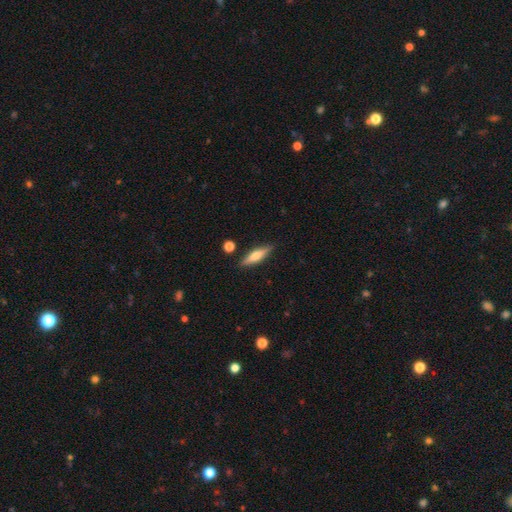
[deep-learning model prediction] Smooth or featured? featured or disk (47%)
Merging? none (86%)